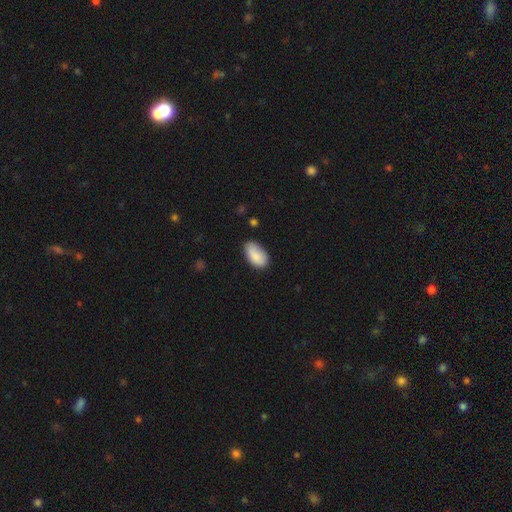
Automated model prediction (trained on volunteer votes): Overall: smooth (88%). How rounded: in between (94%). Merging: none (71%).